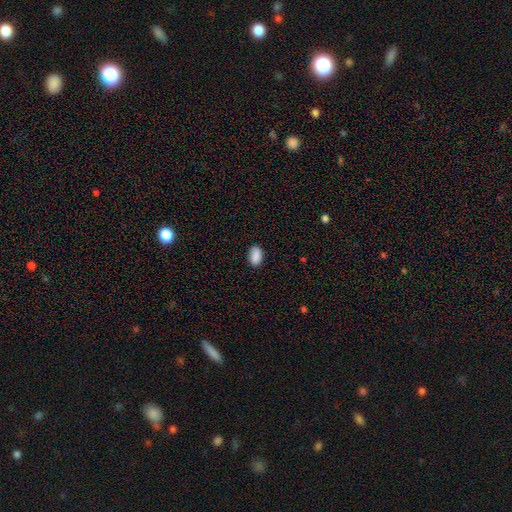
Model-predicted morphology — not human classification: smooth_or_featured: smooth (p=0.89) [alt: star or artifact p=0.07]
how_rounded: in between (p=0.91) [alt: round p=0.06]
merging: none (p=0.86) [alt: minor disturbance p=0.11]